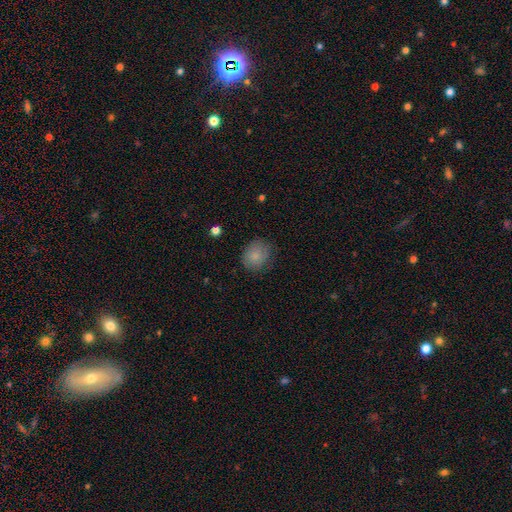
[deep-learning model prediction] This appears to be a smooth galaxy with no disk features (82%) that is round (65%). Merging: none (75%).